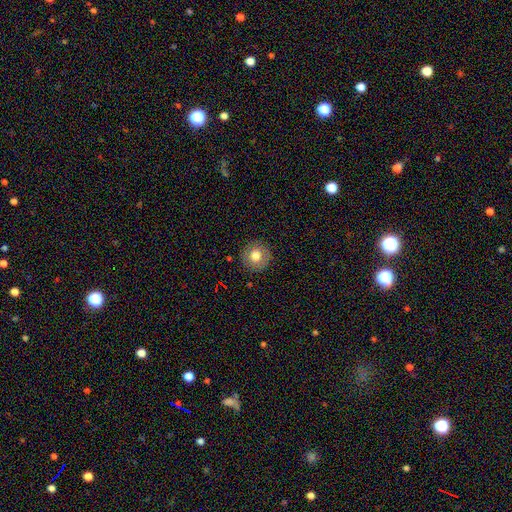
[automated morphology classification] Overall: smooth (77%). How rounded: round (95%). Merging: none (89%).